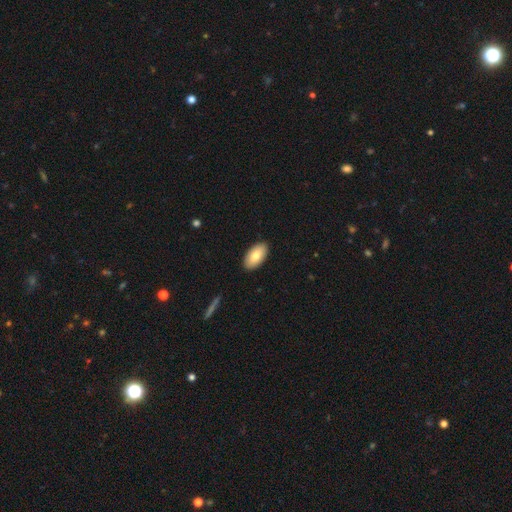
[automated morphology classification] smooth_or_featured: smooth (p=0.82) [alt: featured or disk p=0.12]
how_rounded: in between (p=0.95) [alt: round p=0.03]
merging: none (p=0.90) [alt: minor disturbance p=0.07]